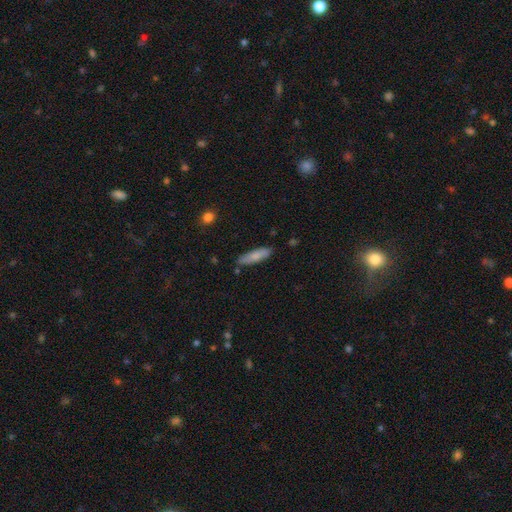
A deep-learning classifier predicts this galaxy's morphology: This is likely a smooth galaxy (79%). How rounded: likely cigar-shaped (68%). Merging: clearly none (83%).